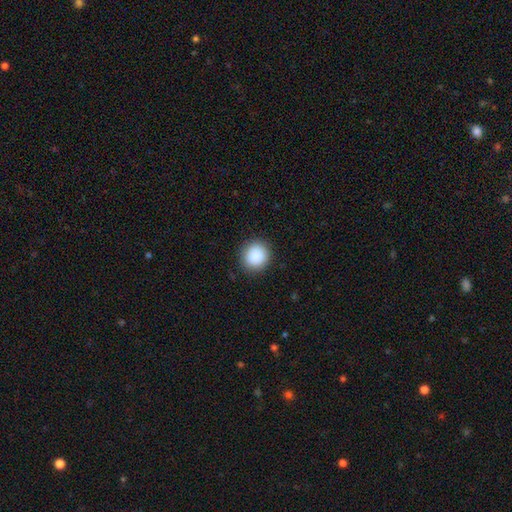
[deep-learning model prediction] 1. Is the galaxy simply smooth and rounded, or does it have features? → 89% smooth, 8% star or artifact, 3% featured or disk.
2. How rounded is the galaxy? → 88% round, 11% in between, 1% cigar-shaped.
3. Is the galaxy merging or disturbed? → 89% none, 7% minor disturbance, 2% major disturbance, 1% merger.